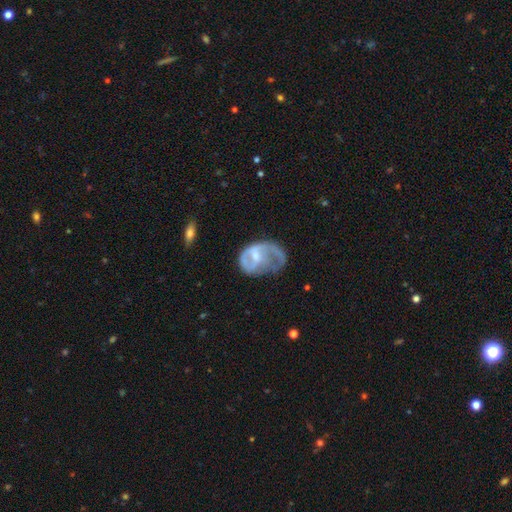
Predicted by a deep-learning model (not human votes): A featured or disk galaxy (66%) with no bar (44%, tied with weak), spiral arms (61%) and a small central bulge (53%). Merging: major disturbance (51%).